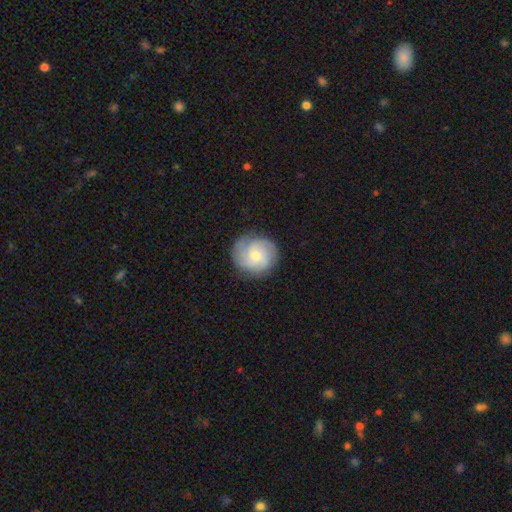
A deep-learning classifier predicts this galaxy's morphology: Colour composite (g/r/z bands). It shows a featured or disk galaxy (52%) with no bar (72%), spiral arms (88%) and a moderate central bulge (49%). Merging: none (81%).